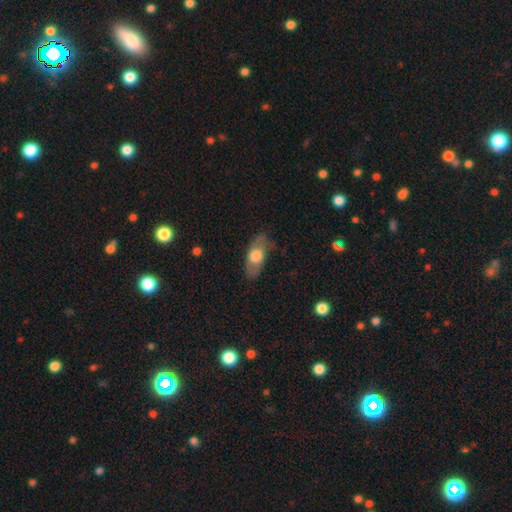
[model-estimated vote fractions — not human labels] Smooth or featured? Predicted: smooth (p=0.57). How rounded? Predicted: in between (p=0.82). Merging? Predicted: none (p=0.70).